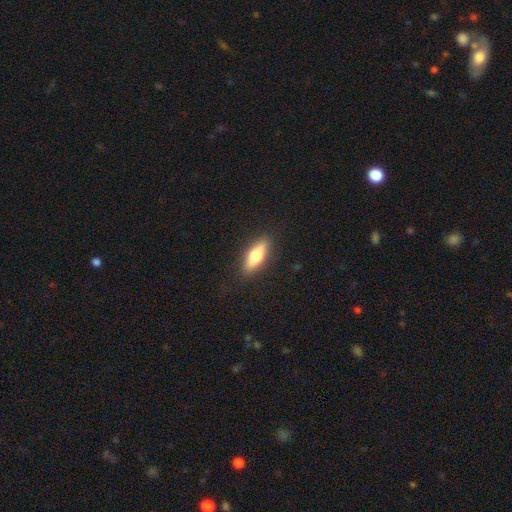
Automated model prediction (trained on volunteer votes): smooth 62%, featured or disk 32%, star or artifact 6%. Down the decision tree: how rounded — in between (49%); merging — none (88%).